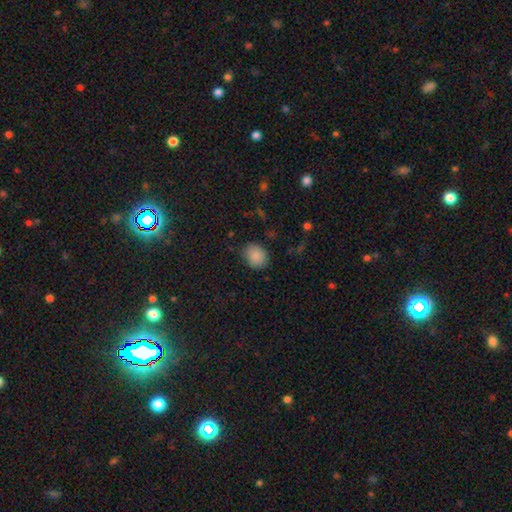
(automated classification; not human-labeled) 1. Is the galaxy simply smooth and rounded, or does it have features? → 87% smooth, 9% star or artifact, 5% featured or disk.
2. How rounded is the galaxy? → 57% round, 42% in between, 1% cigar-shaped.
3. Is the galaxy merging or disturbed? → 78% none, 16% minor disturbance, 4% major disturbance, 1% merger.